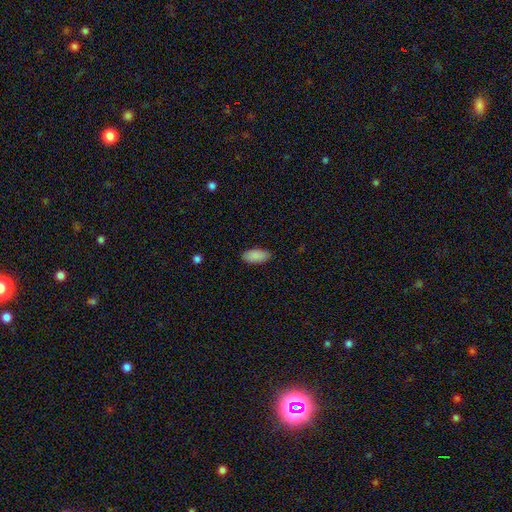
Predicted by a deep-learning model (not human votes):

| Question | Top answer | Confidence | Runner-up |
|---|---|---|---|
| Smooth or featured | smooth | 89% | star or artifact (6%) |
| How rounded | in between | 92% | cigar-shaped (6%) |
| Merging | none | 87% | minor disturbance (10%) |